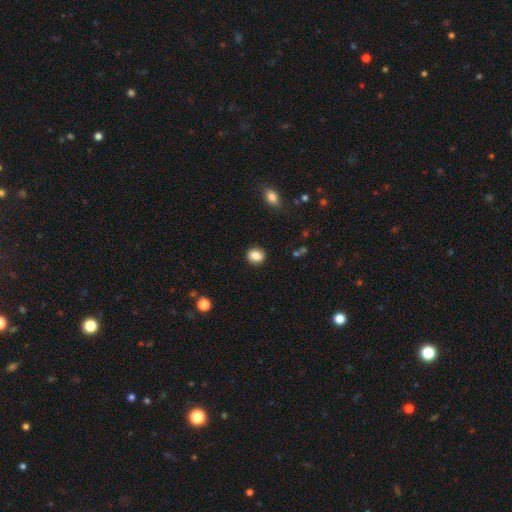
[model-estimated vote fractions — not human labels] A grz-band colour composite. It shows a smooth galaxy with no disk features (86%) that is round (52%). Merging: none (87%).